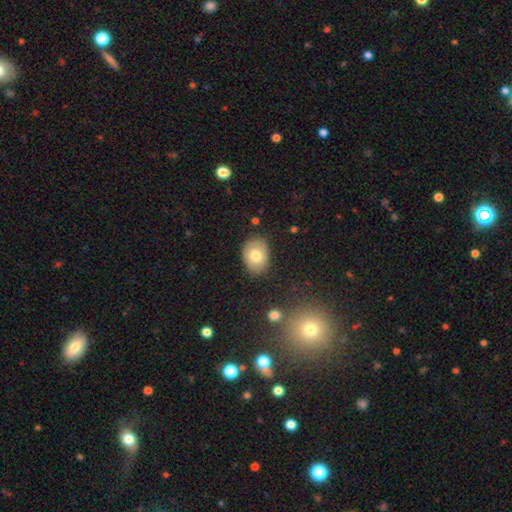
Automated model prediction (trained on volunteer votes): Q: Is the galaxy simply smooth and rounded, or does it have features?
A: smooth — 76%.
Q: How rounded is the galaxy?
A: in between — 68%.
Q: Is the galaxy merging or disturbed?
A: none — 83%.